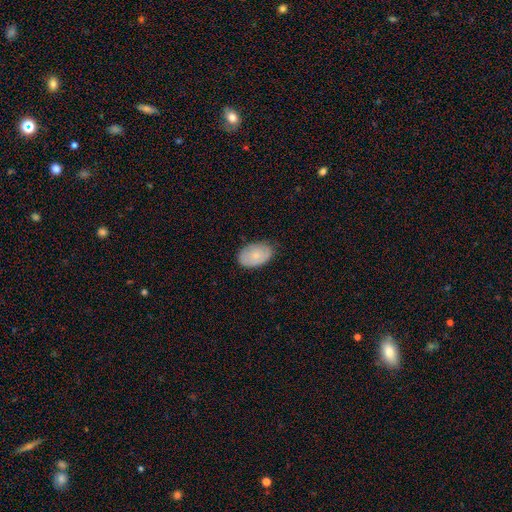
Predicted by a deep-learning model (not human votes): Smooth or featured? smooth (69%)
How rounded? in between (89%)
Merging? none (77%)